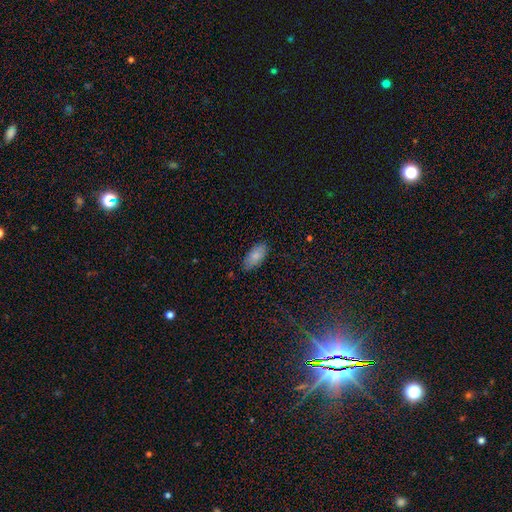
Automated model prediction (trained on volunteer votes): A smooth galaxy with no disk features (83%) that is in between round and cigar-shaped (92%). Merging: none (83%).